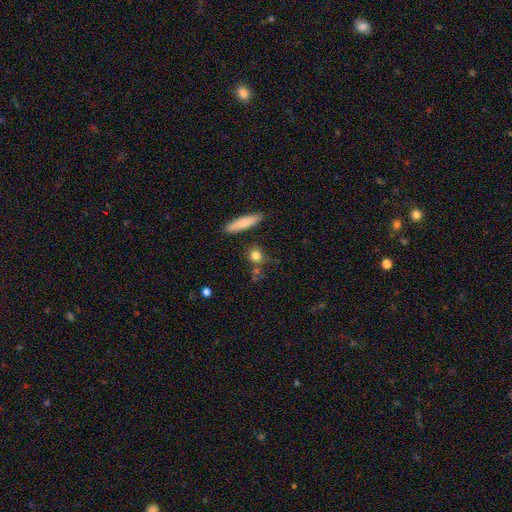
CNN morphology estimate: A smooth galaxy with no disk features (78%) that is round (72%). Merging: none (71%).